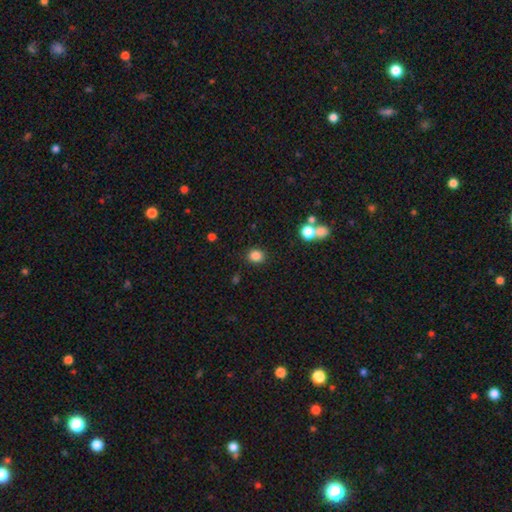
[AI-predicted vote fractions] Smooth or featured?
  - smooth: 84% *
  - star or artifact: 12%
  - featured or disk: 5%
How rounded?
  - round: 77% *
  - in between: 22%
  - cigar-shaped: 1%
Merging?
  - none: 87% *
  - minor disturbance: 7%
  - merger: 3%
  - major disturbance: 3%